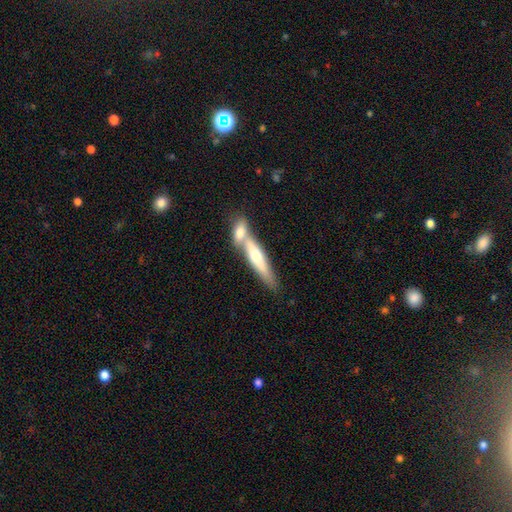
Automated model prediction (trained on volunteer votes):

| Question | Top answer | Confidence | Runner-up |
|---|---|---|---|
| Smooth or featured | smooth | 47% | tied: featured or disk (47%) |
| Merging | merger | 48% | none (39%) |